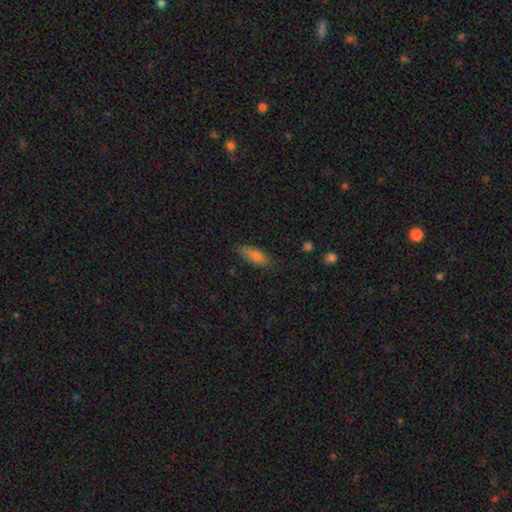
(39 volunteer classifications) Smooth or featured?
  - smooth: 69% *
  - featured or disk: 23%
  - star or artifact: 8%
How rounded?
  - in between: 59% *
  - cigar-shaped: 37%
  - round: 4%
Merging?
  - none: 78% *
  - minor disturbance: 14%
  - merger: 6%
  - major disturbance: 3%